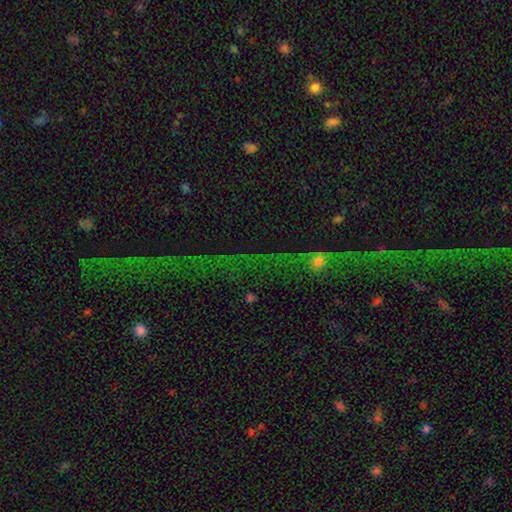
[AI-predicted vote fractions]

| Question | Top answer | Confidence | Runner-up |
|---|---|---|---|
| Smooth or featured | star or artifact | 61% | featured or disk (22%) |